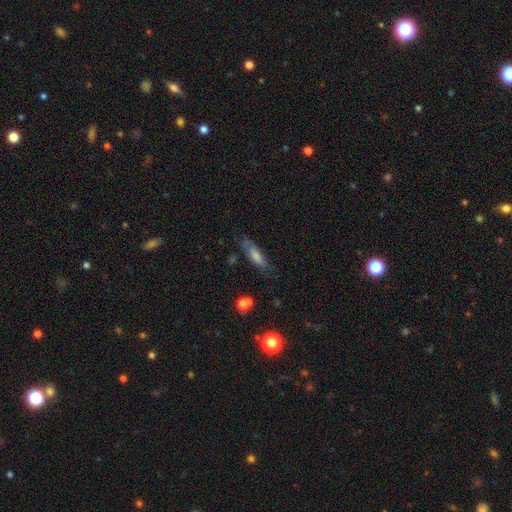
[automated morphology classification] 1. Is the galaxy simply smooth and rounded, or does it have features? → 59% smooth, 31% featured or disk, 10% star or artifact.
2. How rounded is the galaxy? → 58% cigar-shaped, 39% in between, 3% round.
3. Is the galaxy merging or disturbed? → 73% none, 19% minor disturbance, 5% major disturbance, 3% merger.